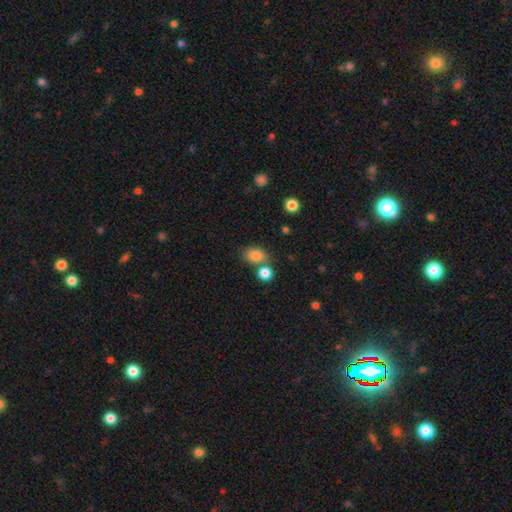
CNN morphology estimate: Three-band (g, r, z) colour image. It shows a smooth galaxy with no disk features (84%) that is in between round and cigar-shaped (72%). Merging: none (60%).